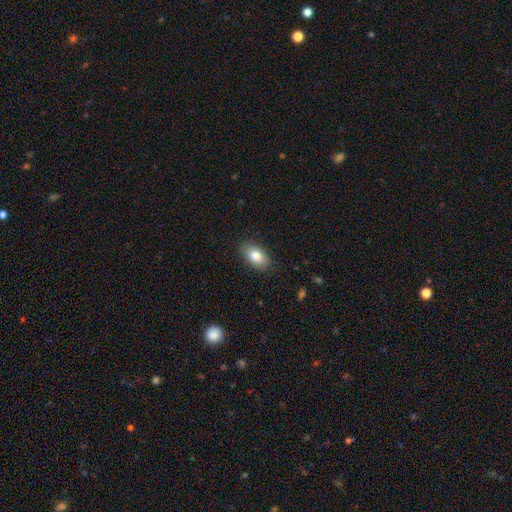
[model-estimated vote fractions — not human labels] Smooth or featured: smooth — 81% (featured or disk — 12%)
How rounded: in between — 91% (round — 6%)
Merging: none — 86% (minor disturbance — 10%)